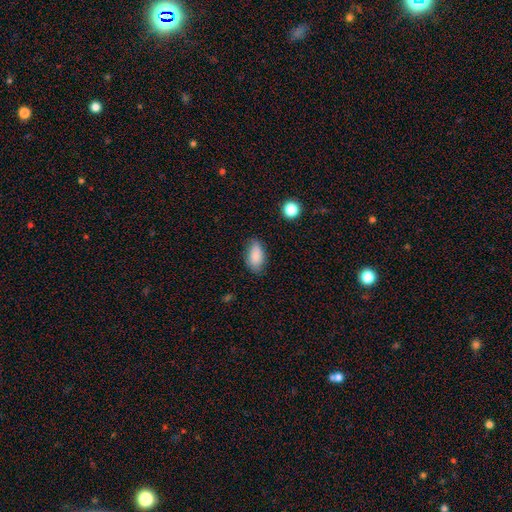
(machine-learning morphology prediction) smooth_or_featured: smooth (p=0.86) [alt: star or artifact p=0.08]
how_rounded: in between (p=0.91) [alt: cigar-shaped p=0.06]
merging: none (p=0.76) [alt: minor disturbance p=0.19]